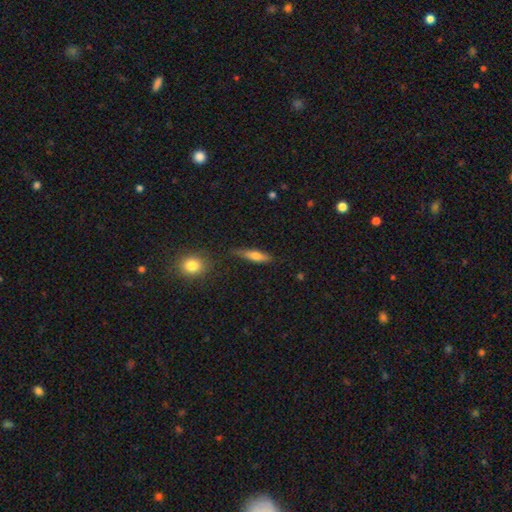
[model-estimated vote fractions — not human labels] A smooth galaxy with no disk features (66%) that is cigar-shaped (71%).

Vote fractions:
- Smooth or featured? smooth: 66% / featured or disk: 27% / star or artifact: 7%
- How rounded? cigar-shaped: 71% / in between: 26% / round: 3%
- Merging? none: 72% / minor disturbance: 20% / major disturbance: 5% / merger: 3%